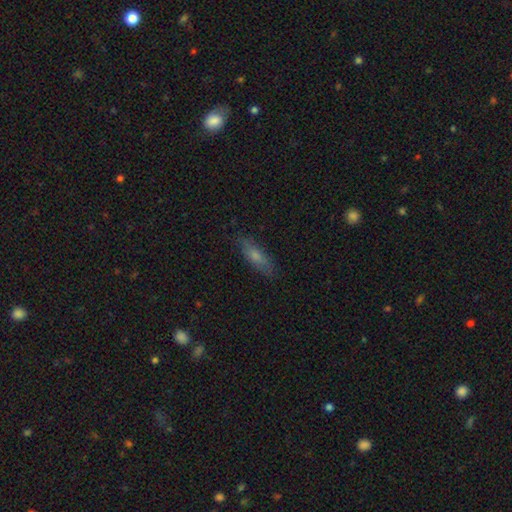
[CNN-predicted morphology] type=smooth (68%); roundness=cigar-shaped (57%); merging=none (82%).